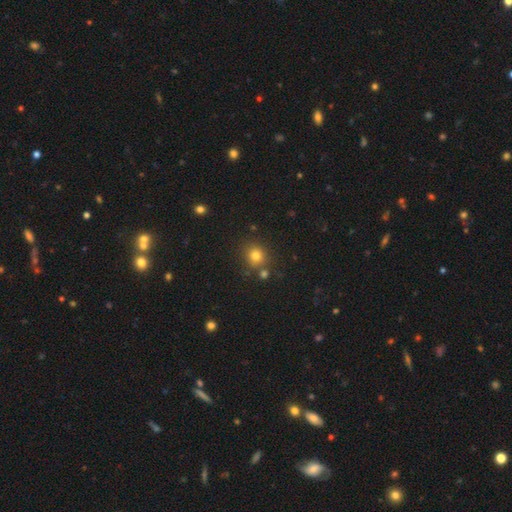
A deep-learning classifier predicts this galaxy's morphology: The model was most divided on "merging": none: 75%, merger: 11%, minor disturbance: 11%, major disturbance: 3%. More confident: how rounded — round (84%); smooth or featured — smooth (79%).